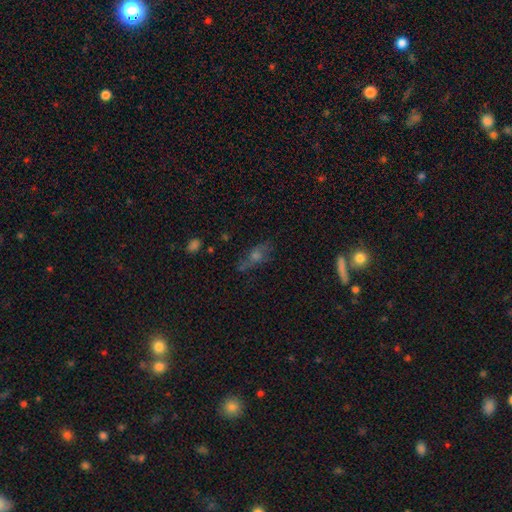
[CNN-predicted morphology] A featured or disk galaxy (43%).

Vote fractions:
- Smooth or featured? featured or disk: 43% / smooth: 34% / star or artifact: 23%
- Merging? none: 67% / minor disturbance: 18% / major disturbance: 10% / merger: 5%